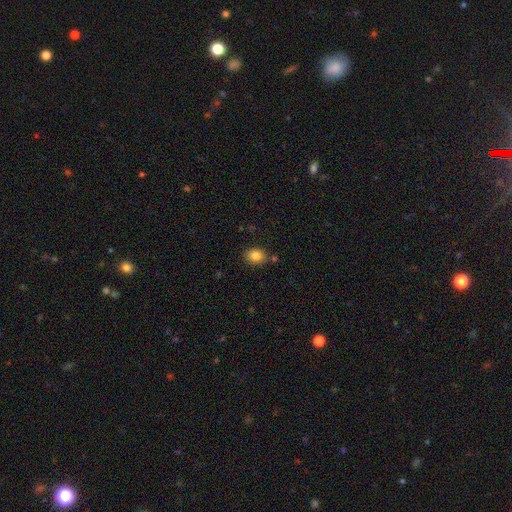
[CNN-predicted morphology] This appears to be a smooth galaxy with no disk features (84%) that is in between round and cigar-shaped (58%). Merging: none (80%).